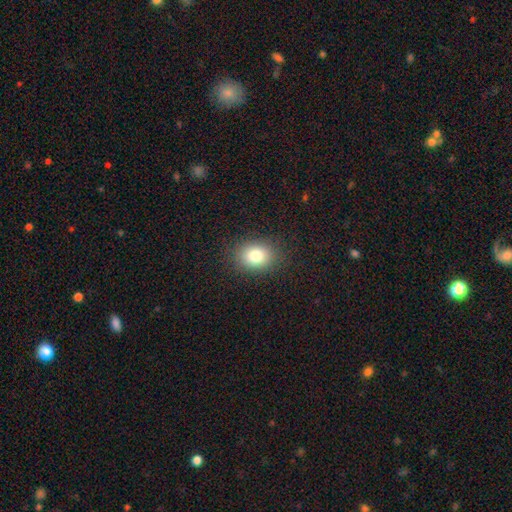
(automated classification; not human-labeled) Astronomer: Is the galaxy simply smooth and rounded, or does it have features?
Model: smooth — 80%.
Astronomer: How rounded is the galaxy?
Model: in between — 53% (runner-up: round, 46%).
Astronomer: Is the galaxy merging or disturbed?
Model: none — 88%.